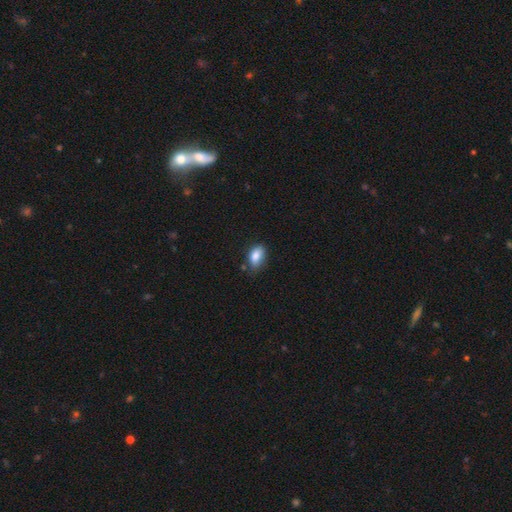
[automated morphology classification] The model was most divided on "merging": none: 64%, minor disturbance: 28%, major disturbance: 4%, merger: 3%. More confident: how rounded — in between (89%); smooth or featured — smooth (85%).